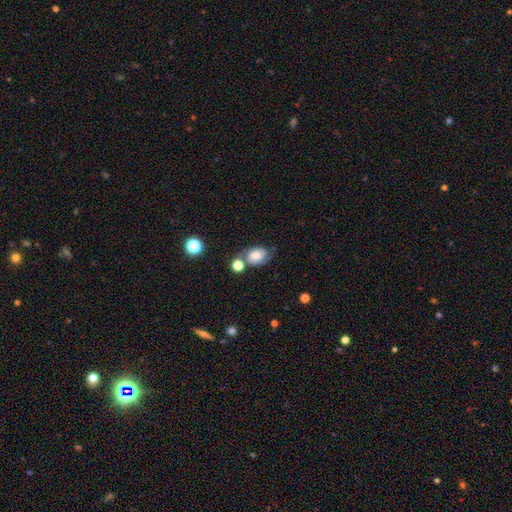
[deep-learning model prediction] A smooth galaxy with no disk features (48%).

Vote fractions:
- Smooth or featured? smooth: 48% / featured or disk: 40% / star or artifact: 11%
- Merging? none: 51% / minor disturbance: 22% / merger: 17% / major disturbance: 10%